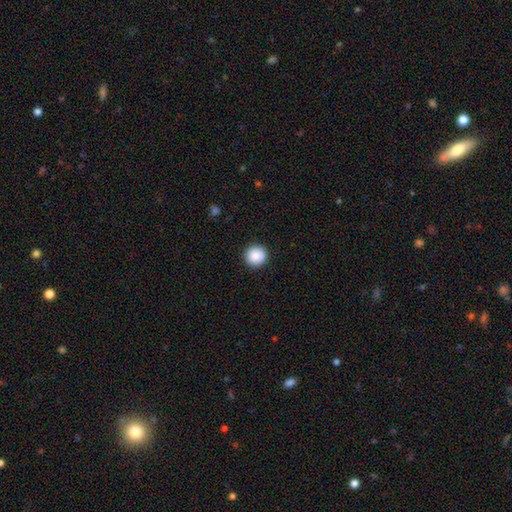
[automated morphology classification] Smooth or featured? Predicted: smooth (p=0.88). How rounded? Predicted: round (p=0.95). Merging? Predicted: none (p=0.91).